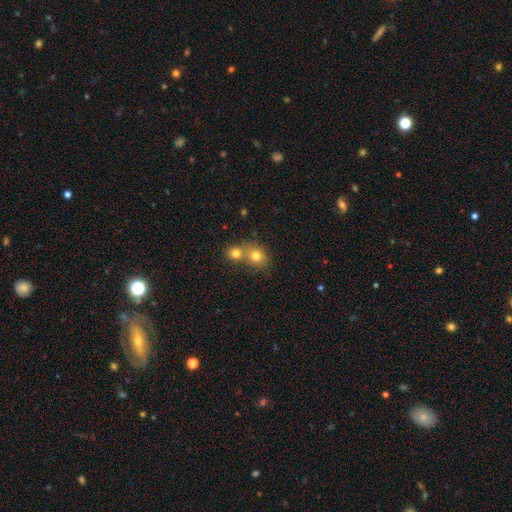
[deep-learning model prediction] Morphology: type=smooth (78%); roundness=round (67%); merging=merger (50%).